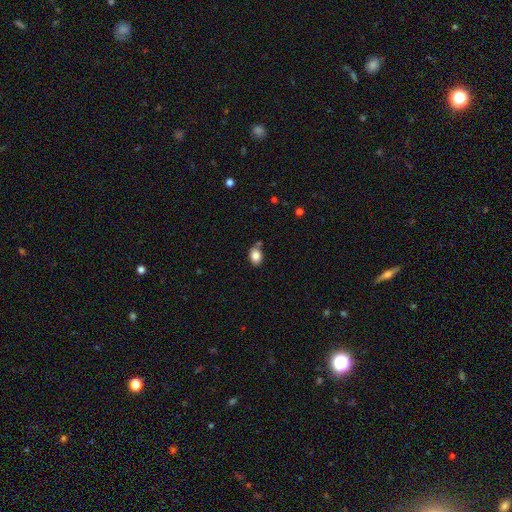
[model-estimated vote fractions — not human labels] Smooth or featured? Predicted: smooth (p=0.85). How rounded? Predicted: in between (p=0.75). Merging? Predicted: none (p=0.70).